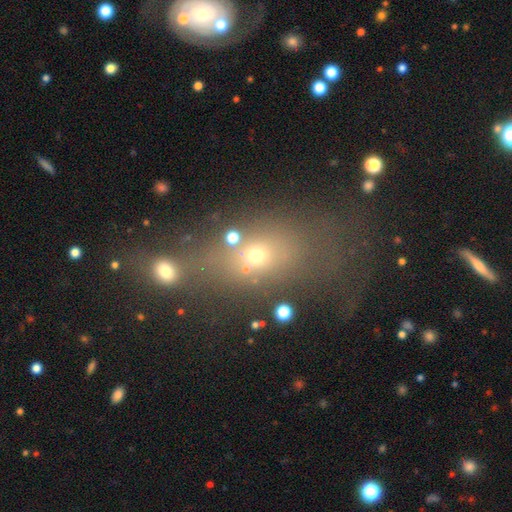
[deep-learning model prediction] smooth-or-featured: smooth: 58% | star or artifact: 22% | featured or disk: 20%
  how-rounded: in between: 63% | round: 29% | cigar-shaped: 8%
  merging: none: 46% | merger: 27% | minor disturbance: 15% | major disturbance: 12%